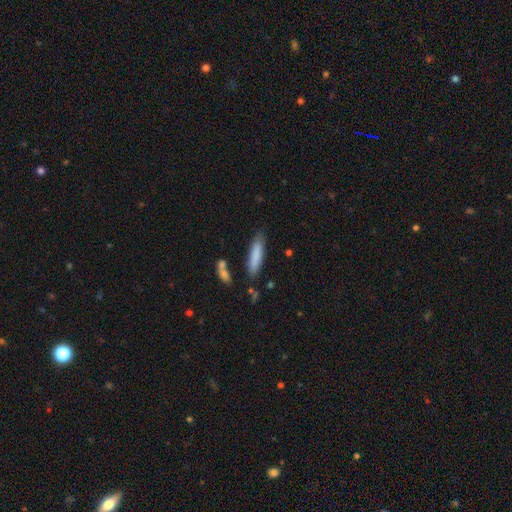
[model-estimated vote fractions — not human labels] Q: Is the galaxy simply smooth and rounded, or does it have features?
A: smooth — 82%.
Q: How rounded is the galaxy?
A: cigar-shaped — 75%.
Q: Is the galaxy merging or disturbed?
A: none — 78%.